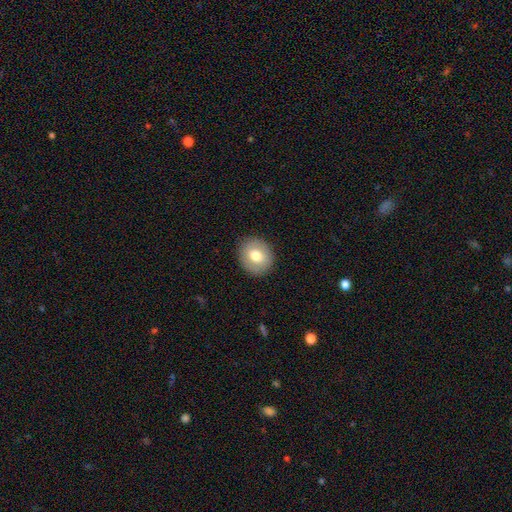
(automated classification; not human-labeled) smooth_or_featured: smooth (p=0.74) [alt: featured or disk p=0.18]
how_rounded: round (p=0.79) [alt: in between p=0.20]
merging: none (p=0.89) [alt: minor disturbance p=0.07]